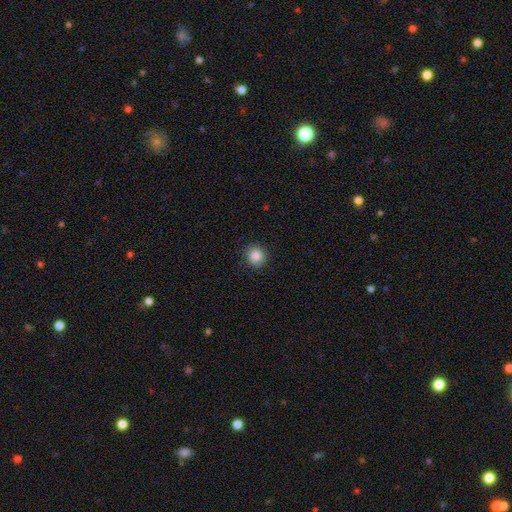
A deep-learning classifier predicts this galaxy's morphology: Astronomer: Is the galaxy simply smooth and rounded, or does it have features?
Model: smooth — 86%.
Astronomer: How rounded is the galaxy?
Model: round — 87%.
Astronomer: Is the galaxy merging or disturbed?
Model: none — 90%.